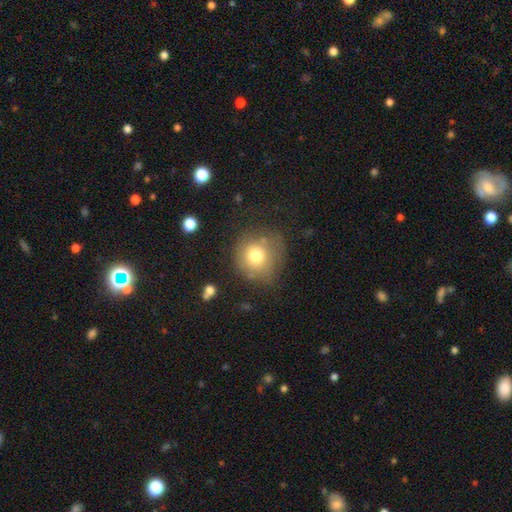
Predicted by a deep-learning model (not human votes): This is likely a smooth galaxy (74%). How rounded: clearly round (87%). Merging: likely none (63%).